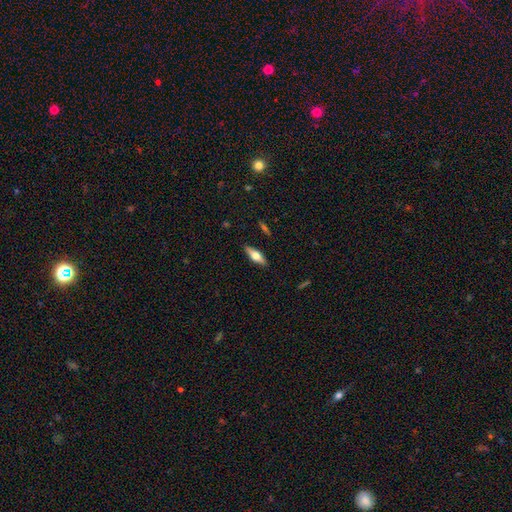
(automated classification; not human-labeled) The model was most divided on "smooth or featured": featured or disk: 49%, smooth: 45%, star or artifact: 7%. More confident: merging — none (88%).